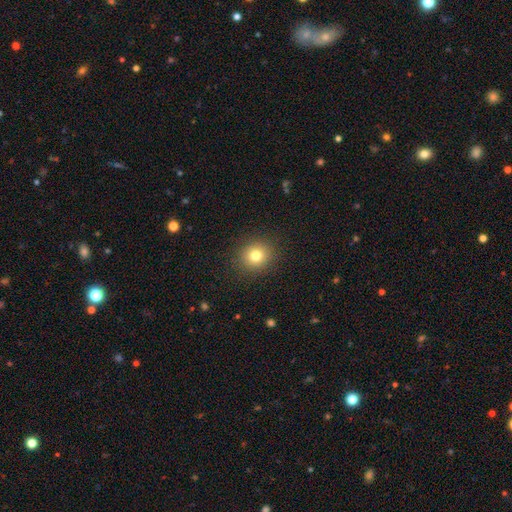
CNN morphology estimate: Smooth or featured?
  - smooth: 79% *
  - star or artifact: 13%
  - featured or disk: 9%
How rounded?
  - round: 83% *
  - in between: 16%
  - cigar-shaped: 1%
Merging?
  - none: 90% *
  - minor disturbance: 7%
  - major disturbance: 3%
  - merger: 1%